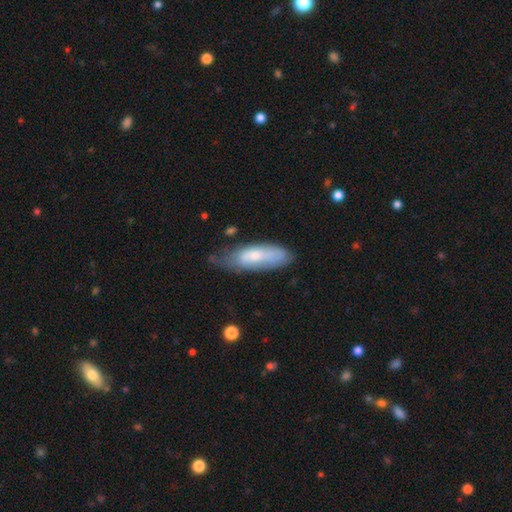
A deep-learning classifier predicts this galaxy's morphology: Q: Smooth or featured?
A: smooth (66%); runner-up: featured or disk (28%)
Q: How rounded?
A: in between (62%); runner-up: cigar-shaped (36%)
Q: Merging?
A: none (47%); runner-up: minor disturbance (38%)